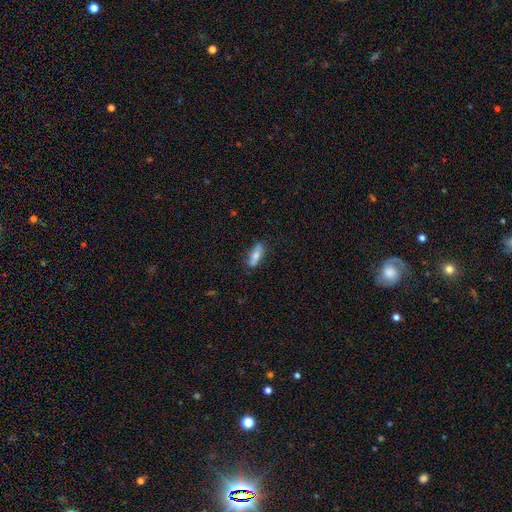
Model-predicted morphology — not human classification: Overall: smooth (69%). How rounded: in between (64%; cigar-shaped 33%). Merging: none (74%).